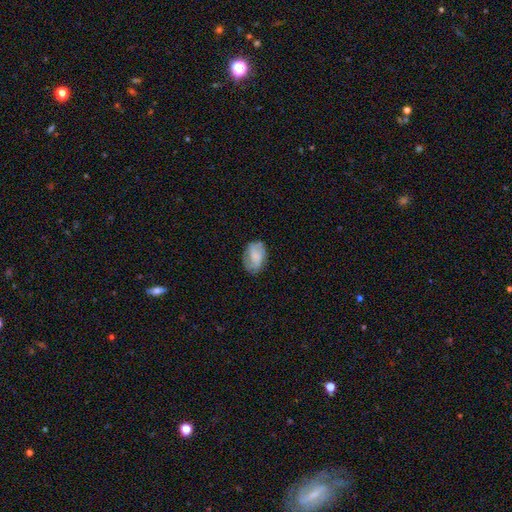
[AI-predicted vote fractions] Smooth or featured: smooth — 57% (featured or disk — 35%)
How rounded: in between — 82% (round — 16%)
Merging: none — 72% (minor disturbance — 21%)